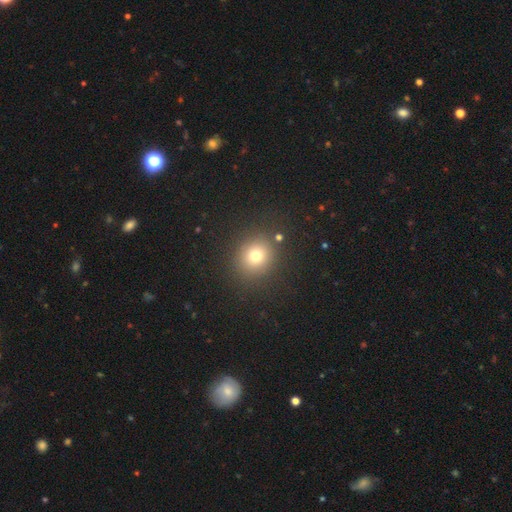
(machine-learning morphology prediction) Smooth or featured? smooth (73%)
How rounded? round (83%)
Merging? none (86%)